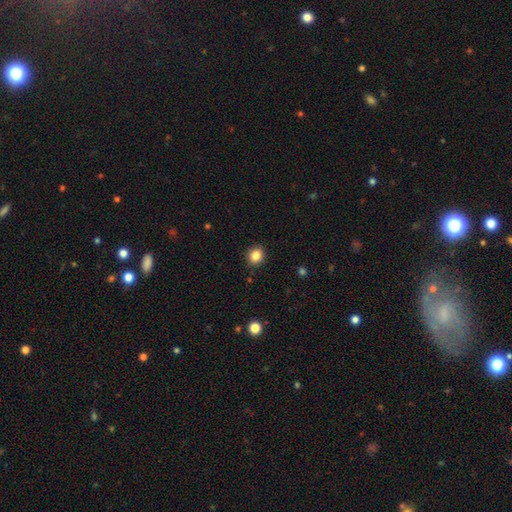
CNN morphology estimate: A smooth galaxy with no disk features (85%) that is round (78%). Merging: none (91%).